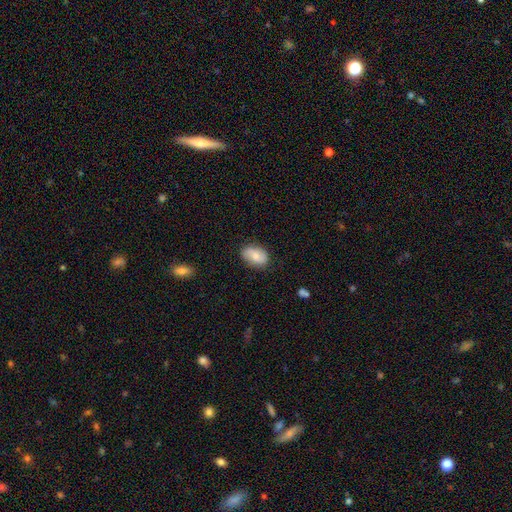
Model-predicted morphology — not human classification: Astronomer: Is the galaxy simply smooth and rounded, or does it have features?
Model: smooth — 73%.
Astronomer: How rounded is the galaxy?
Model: in between — 87%.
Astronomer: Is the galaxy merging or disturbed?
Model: none — 80%.